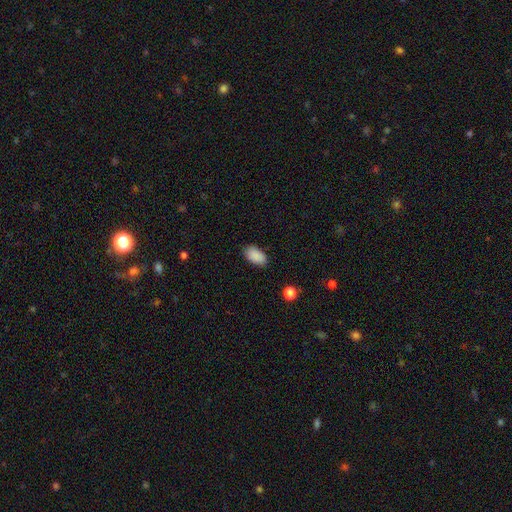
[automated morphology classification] A smooth galaxy with no disk features (89%) that is in between round and cigar-shaped (94%). Merging: none (85%).